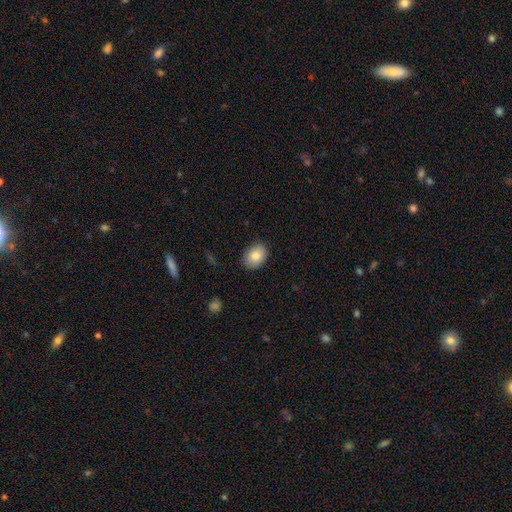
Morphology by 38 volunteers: Smooth or featured? 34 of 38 (89%) said smooth. How rounded? 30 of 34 (88%) said in between. Merging? 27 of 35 (77%) said none.